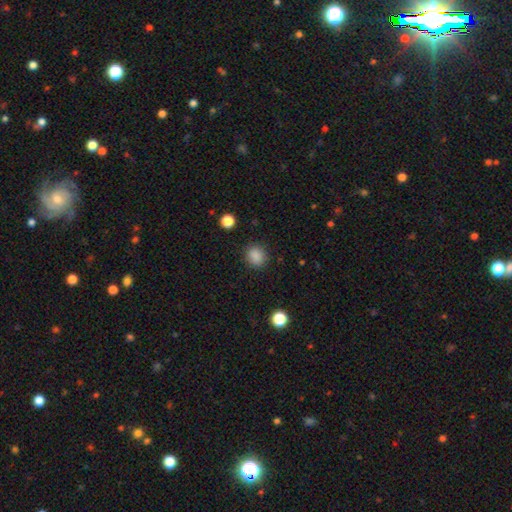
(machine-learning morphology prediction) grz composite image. It shows a smooth galaxy with no disk features (86%) that is round (71%). Merging: none (87%).